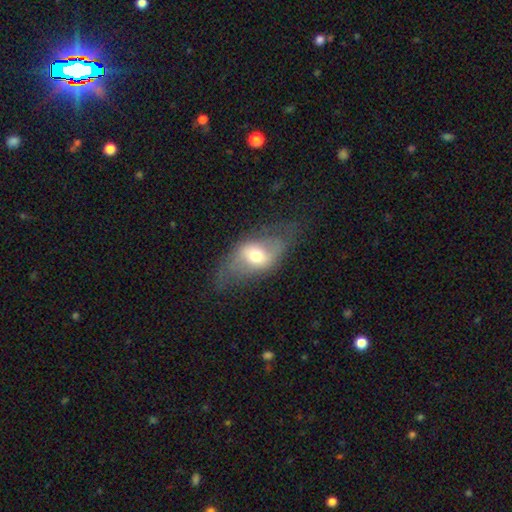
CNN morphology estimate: Smooth or featured: smooth — 46% (featured or disk — 45%)
Merging: none — 58% (minor disturbance — 23%)